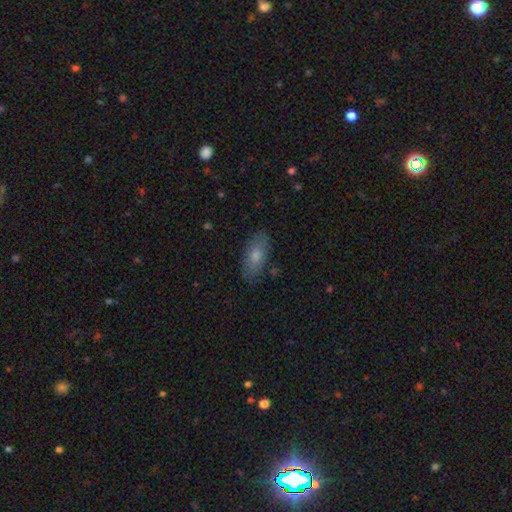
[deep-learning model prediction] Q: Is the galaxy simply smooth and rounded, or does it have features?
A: smooth — 74%.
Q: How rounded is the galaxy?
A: in between — 84%.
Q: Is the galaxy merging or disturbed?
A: none — 83%.